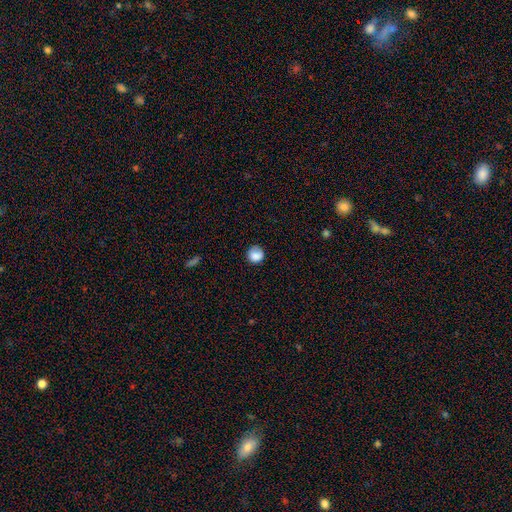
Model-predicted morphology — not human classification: Smooth or featured? Predicted: smooth (p=0.85). How rounded? Predicted: round (p=0.88). Merging? Predicted: none (p=0.74).